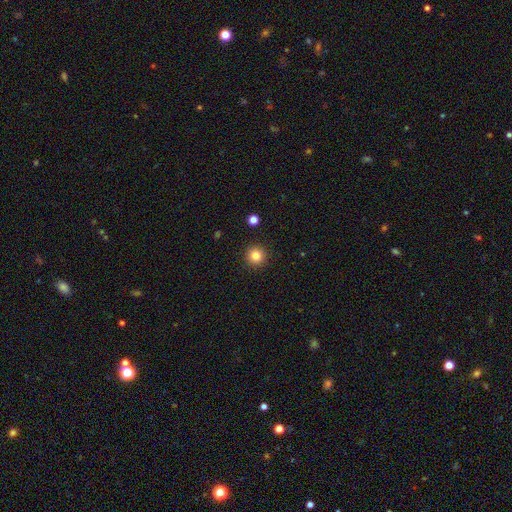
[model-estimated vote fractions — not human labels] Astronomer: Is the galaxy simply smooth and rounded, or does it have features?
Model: smooth — 83%.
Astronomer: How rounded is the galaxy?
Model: round — 95%.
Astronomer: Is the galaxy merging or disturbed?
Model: none — 93%.